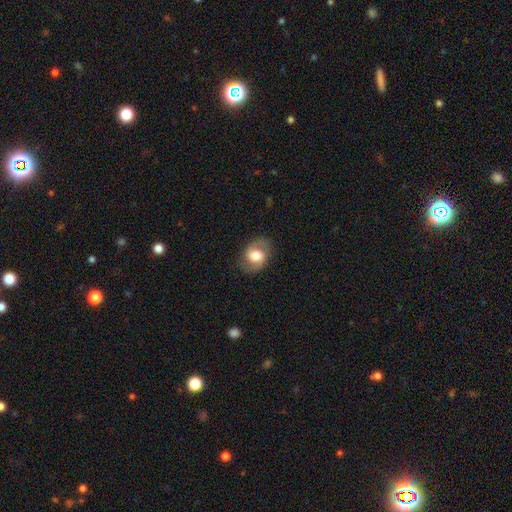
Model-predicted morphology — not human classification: Smooth or featured?
  - featured or disk: 48% *
  - smooth: 44%
  - star or artifact: 7%
Merging?
  - none: 80% *
  - minor disturbance: 13%
  - major disturbance: 6%
  - merger: 1%